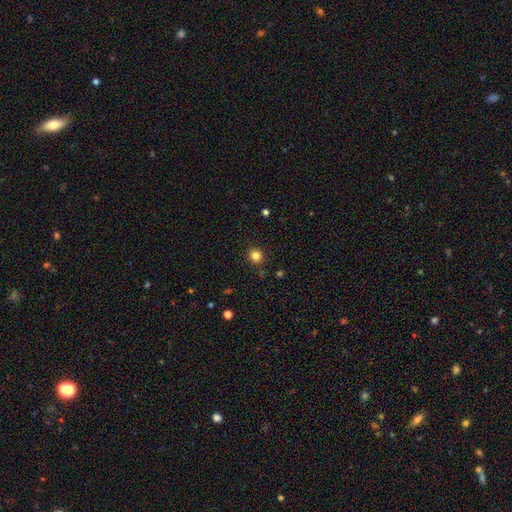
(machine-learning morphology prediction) smooth 82%, star or artifact 14%, featured or disk 5%. Down the decision tree: how rounded — round (95%); merging — none (90%).